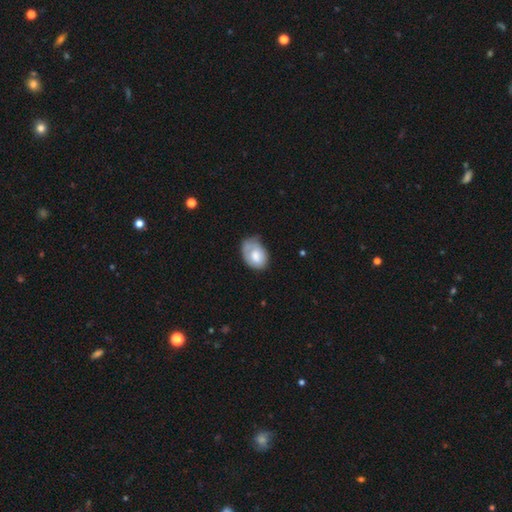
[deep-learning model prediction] Smooth or featured? smooth (70%)
How rounded? in between (83%)
Merging? none (45%)